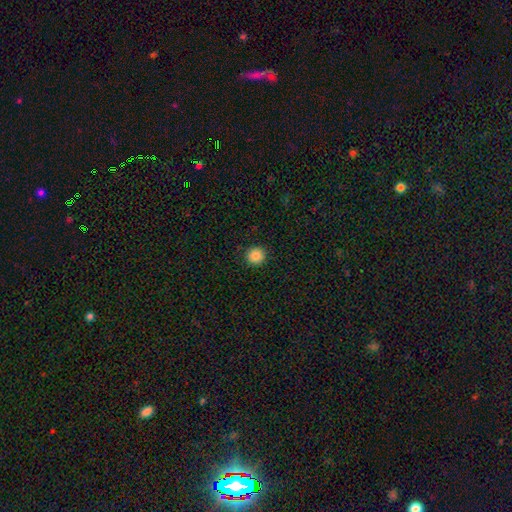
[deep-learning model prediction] smooth 87%, star or artifact 10%, featured or disk 3%. Down the decision tree: how rounded — round (94%); merging — none (92%).